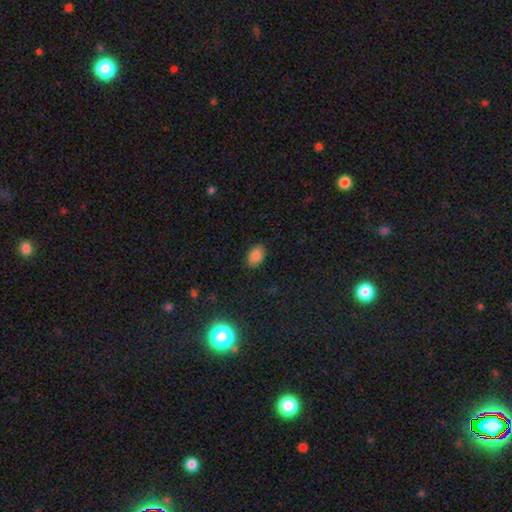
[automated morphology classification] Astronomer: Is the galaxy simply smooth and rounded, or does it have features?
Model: smooth — 83%.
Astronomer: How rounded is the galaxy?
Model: in between — 79%.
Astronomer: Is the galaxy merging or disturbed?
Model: none — 88%.